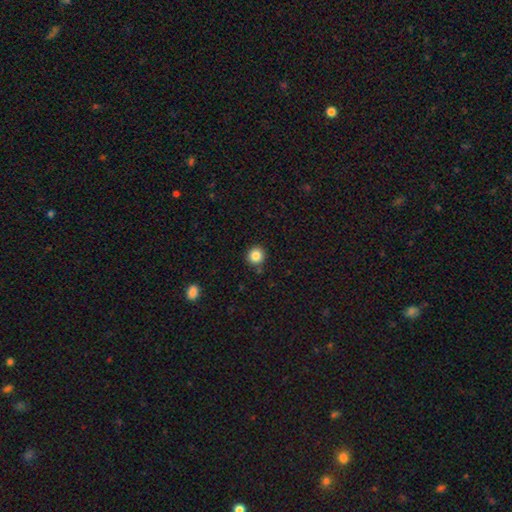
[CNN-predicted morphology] This appears to be a smooth galaxy with no disk features (85%) that is round (93%). Merging: none (89%).